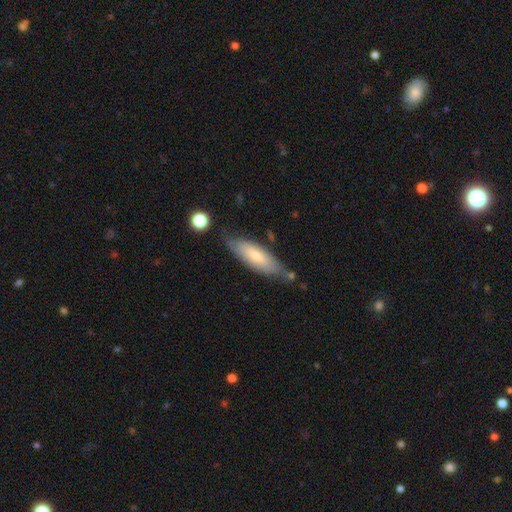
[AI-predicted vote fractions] Smooth or featured? Predicted: smooth (p=0.67). How rounded? Predicted: in between (p=0.54). Merging? Predicted: none (p=0.66).